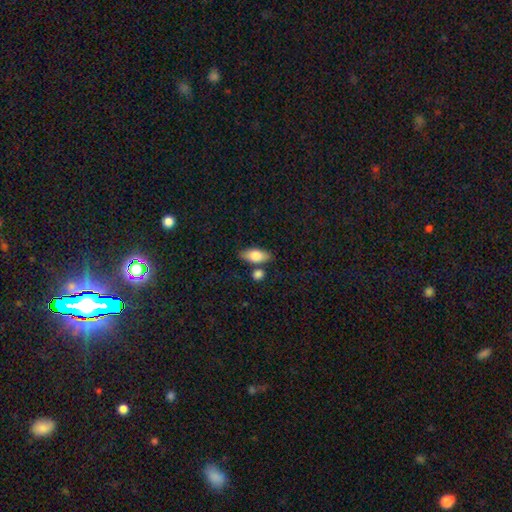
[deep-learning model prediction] A smooth galaxy with no disk features (78%) that is in between round and cigar-shaped (85%). Merging: none (74%).